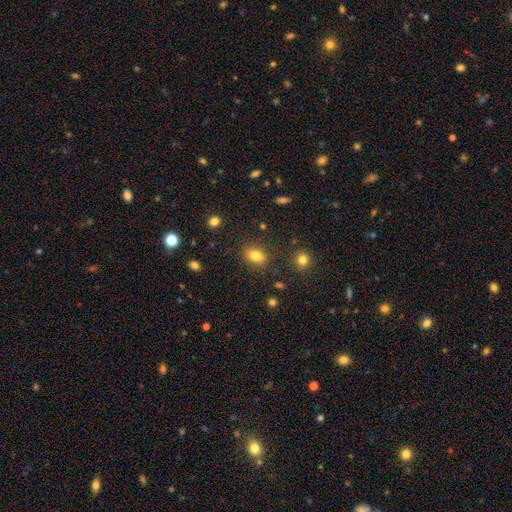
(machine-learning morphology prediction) smooth-or-featured: smooth: 82% | star or artifact: 10% | featured or disk: 8%
  how-rounded: in between: 78% | round: 20% | cigar-shaped: 2%
  merging: none: 83% | minor disturbance: 11% | major disturbance: 3% | merger: 3%